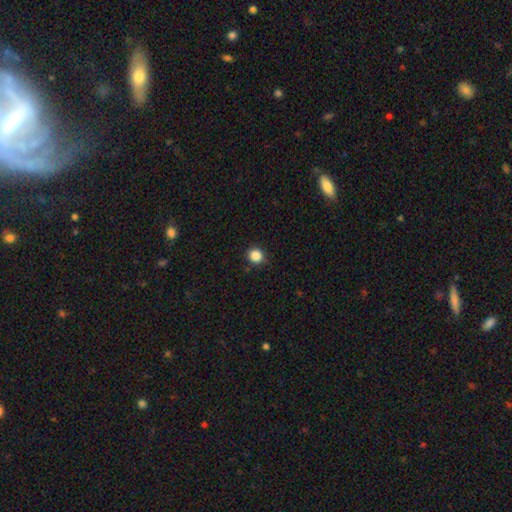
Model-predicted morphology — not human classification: Smooth or featured: smooth — 85% (star or artifact — 12%)
How rounded: round — 91% (in between — 8%)
Merging: none — 88% (minor disturbance — 9%)